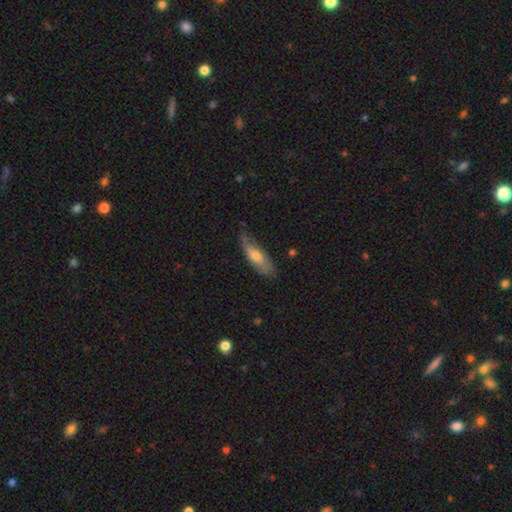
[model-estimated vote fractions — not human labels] Overall: smooth (54%; featured or disk 40%). How rounded: in between (50%; cigar-shaped 47%). Merging: none (66%; minor disturbance 26%).